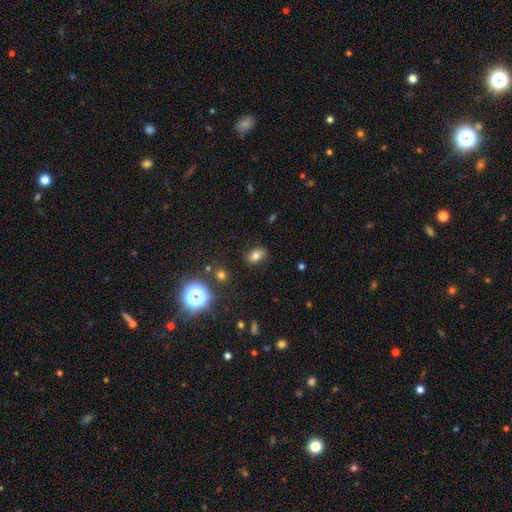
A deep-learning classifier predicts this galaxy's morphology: Smooth or featured: smooth — 71% (star or artifact — 16%)
How rounded: in between — 81% (round — 17%)
Merging: none — 82% (minor disturbance — 13%)